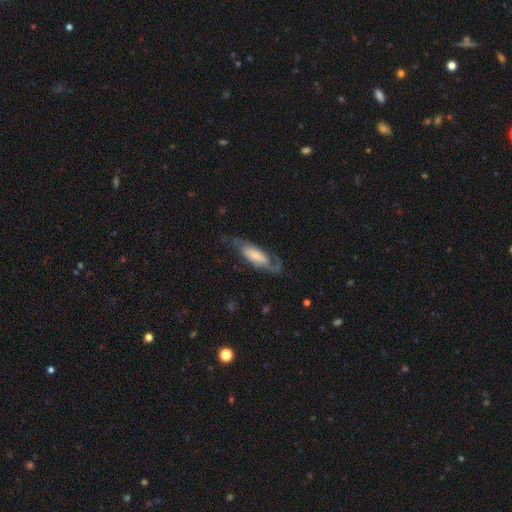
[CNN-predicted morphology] featured or disk 62%, smooth 32%, star or artifact 6%. Down the decision tree: edge-on disk — no (85%); bar — no (49%); spiral arms — yes (88%); bulge size — small (42%); merging — none (56%).